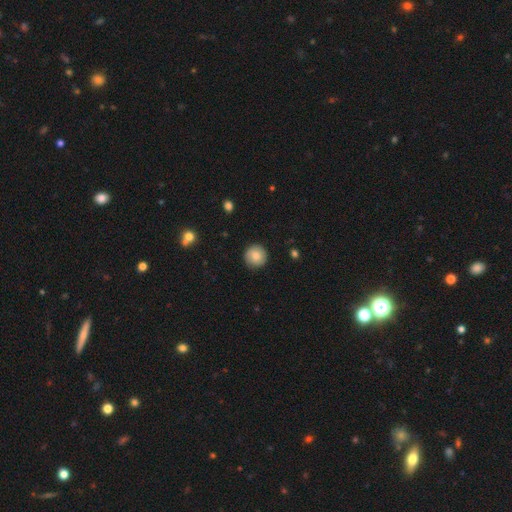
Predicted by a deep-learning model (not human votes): Smooth or featured? smooth (82%)
How rounded? round (95%)
Merging? none (90%)